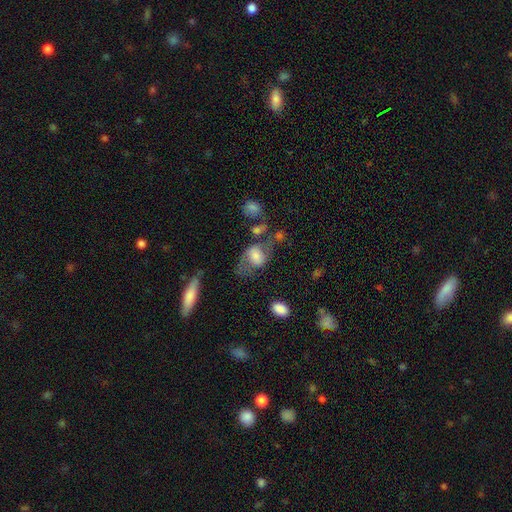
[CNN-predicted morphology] This appears to be a smooth galaxy with no disk features (54%) that is in between round and cigar-shaped (70%). Merging: none (38%).